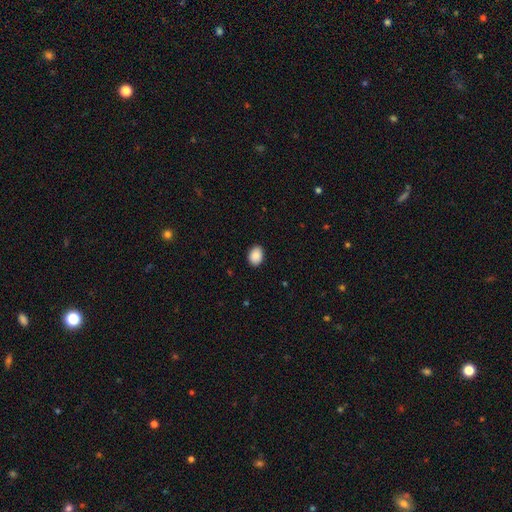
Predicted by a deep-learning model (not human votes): Smooth or featured? smooth (89%)
How rounded? in between (67%)
Merging? none (88%)